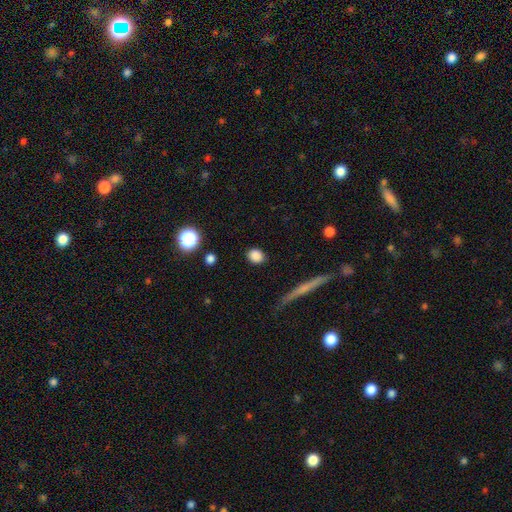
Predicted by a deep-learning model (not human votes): Morphology: type=smooth (85%); roundness=round (63%); merging=none (87%).